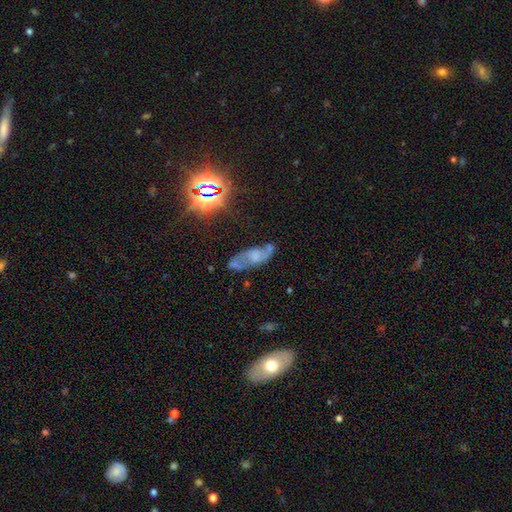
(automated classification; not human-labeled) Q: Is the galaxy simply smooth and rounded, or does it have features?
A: featured or disk — 62%.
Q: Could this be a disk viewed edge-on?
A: no — 85%.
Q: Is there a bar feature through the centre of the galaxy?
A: no — 59%.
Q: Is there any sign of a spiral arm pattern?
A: yes — 79%.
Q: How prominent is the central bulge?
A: moderate — 32%.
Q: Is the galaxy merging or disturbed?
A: none — 64%.